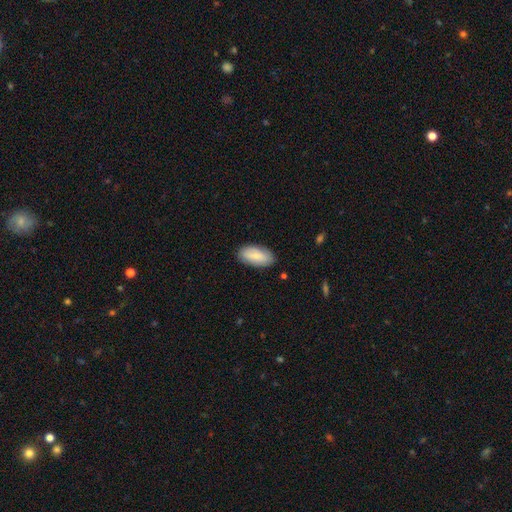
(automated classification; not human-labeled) smooth_or_featured: smooth (p=0.77) [alt: featured or disk p=0.18]
how_rounded: in between (p=0.91) [alt: cigar-shaped p=0.07]
merging: none (p=0.85) [alt: minor disturbance p=0.11]